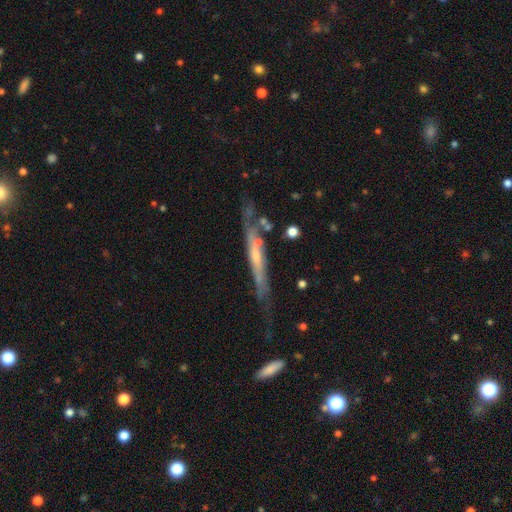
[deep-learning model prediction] Smooth or featured? featured or disk (70%)
Edge-on disk? yes (76%)
Edge-on bulge? none (57%)
Merging? none (53%)